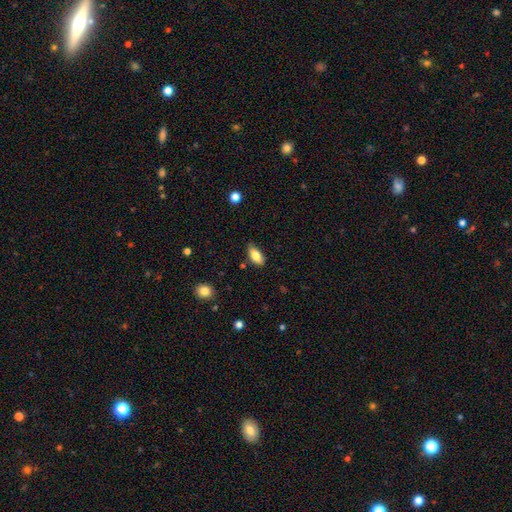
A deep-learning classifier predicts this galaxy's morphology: The model was most divided on "merging": none: 78%, minor disturbance: 17%, major disturbance: 3%, merger: 2%. More confident: how rounded — in between (89%); smooth or featured — smooth (80%).